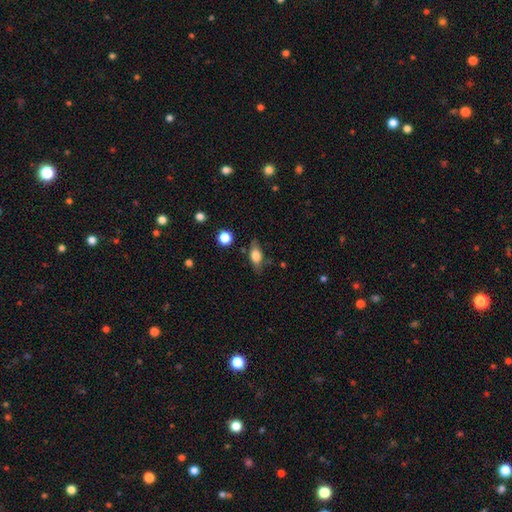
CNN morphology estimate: Smooth or featured? smooth (72%)
How rounded? in between (78%)
Merging? none (74%)